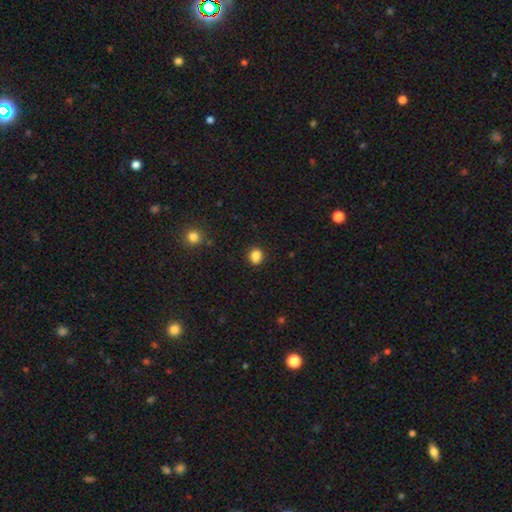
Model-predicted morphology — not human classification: This appears to be a smooth galaxy with no disk features (85%) that is round (74%). Merging: none (83%).